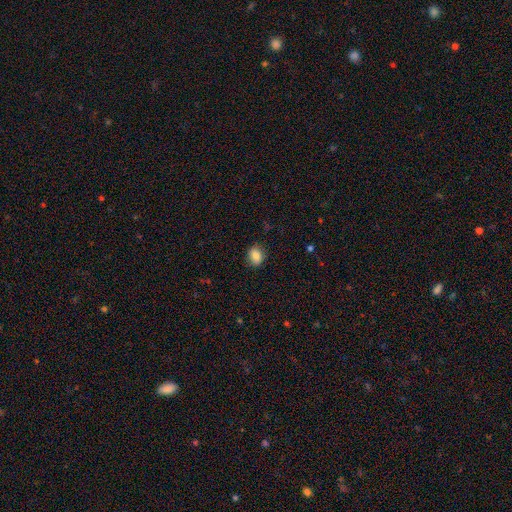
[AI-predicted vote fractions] smooth 83%, star or artifact 9%, featured or disk 8%. Down the decision tree: how rounded — in between (58%); merging — none (84%).